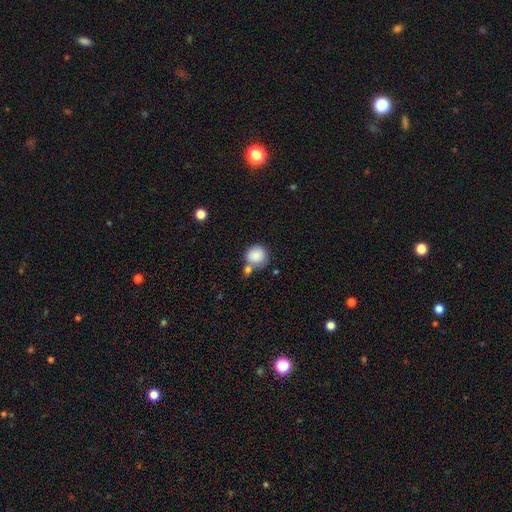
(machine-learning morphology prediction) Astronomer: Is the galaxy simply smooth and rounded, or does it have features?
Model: smooth — 86%.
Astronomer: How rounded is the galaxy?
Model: round — 85%.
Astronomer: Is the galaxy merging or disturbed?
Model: none — 53% (runner-up: merger, 29%).